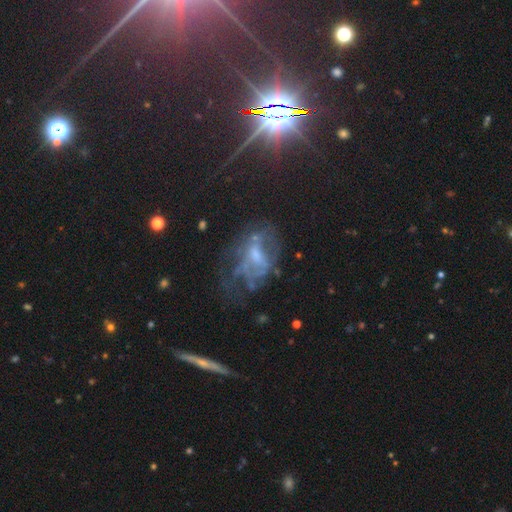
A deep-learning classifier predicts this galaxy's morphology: Smooth or featured?
  - featured or disk: 60% *
  - star or artifact: 23%
  - smooth: 18%
Edge-on disk?
  - no: 94% *
  - yes: 6%
Bar?
  - no: 62% *
  - weak: 30%
  - strong: 8%
Spiral arms?
  - no: 52% *
  - yes: 48%
Bulge size?
  - moderate: 38% * (tied)
  - small: 38% * (tied)
  - none: 18%
  - large: 4%
  - dominant: 2%
Merging?
  - none: 43% *
  - major disturbance: 31%
  - minor disturbance: 21%
  - merger: 5%